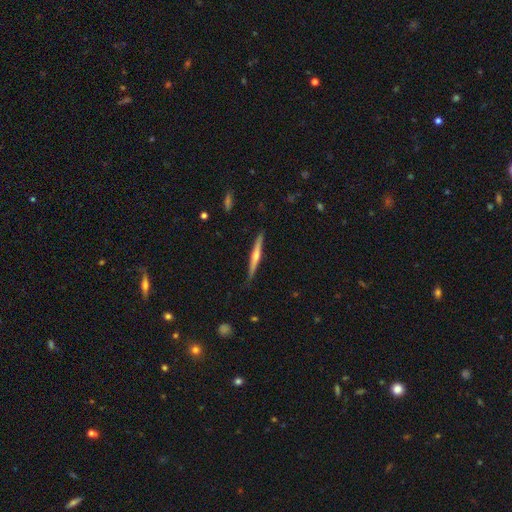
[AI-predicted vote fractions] Smooth or featured: featured or disk — 70% (smooth — 24%)
Edge-on disk: yes — 98% (no — 2%)
Edge-on bulge: rounded — 85% (none — 10%)
Merging: none — 89% (minor disturbance — 9%)